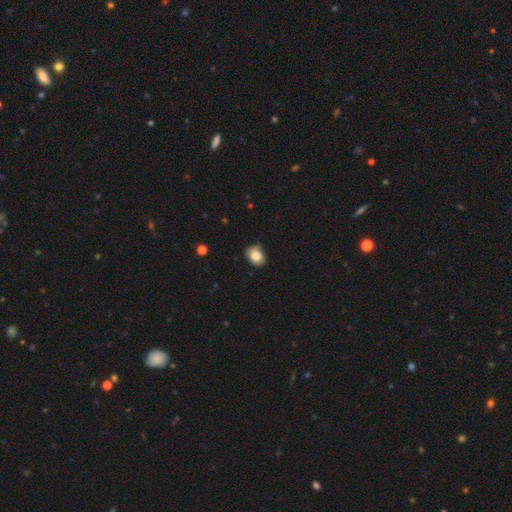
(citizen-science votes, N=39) smooth 87%, star or artifact 8%, featured or disk 5%. Down the decision tree: how rounded — in between (82%); merging — none (64%).